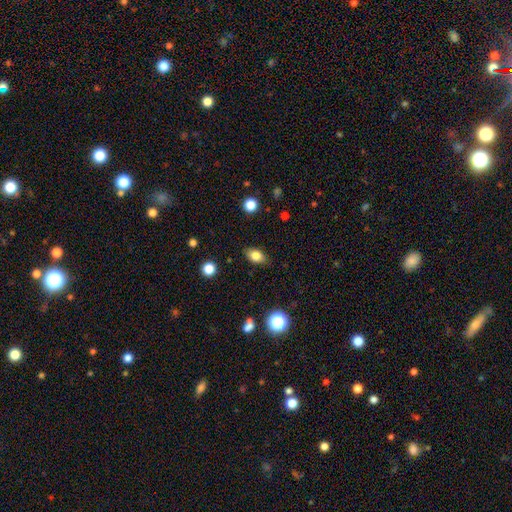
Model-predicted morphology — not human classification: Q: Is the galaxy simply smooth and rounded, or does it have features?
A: smooth — 81%.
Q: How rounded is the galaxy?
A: in between — 84%.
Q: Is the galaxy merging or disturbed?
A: none — 84%.